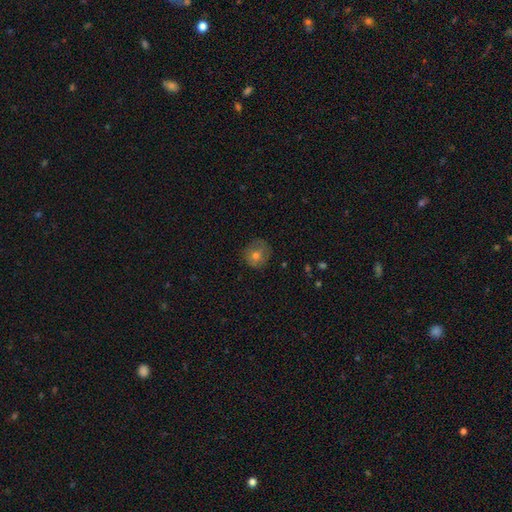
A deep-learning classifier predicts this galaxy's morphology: smooth_or_featured: smooth (p=0.65) [alt: featured or disk p=0.24]
how_rounded: round (p=0.84) [alt: in between p=0.15]
merging: none (p=0.75) [alt: minor disturbance p=0.18]